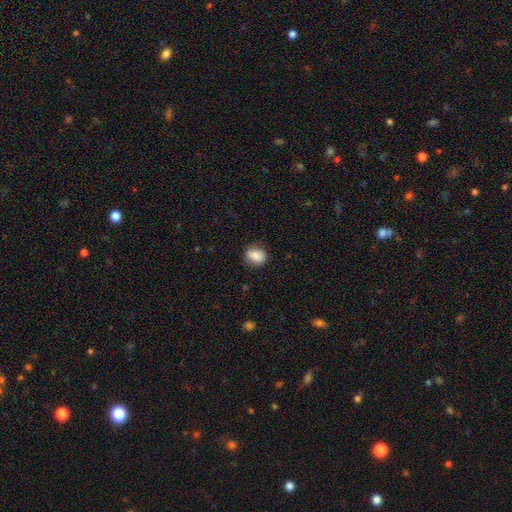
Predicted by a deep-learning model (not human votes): Smooth or featured?
  - smooth: 84% *
  - star or artifact: 8%
  - featured or disk: 8%
How rounded?
  - in between: 50% *
  - round: 48%
  - cigar-shaped: 1%
Merging?
  - none: 80% *
  - minor disturbance: 15%
  - major disturbance: 4%
  - merger: 1%